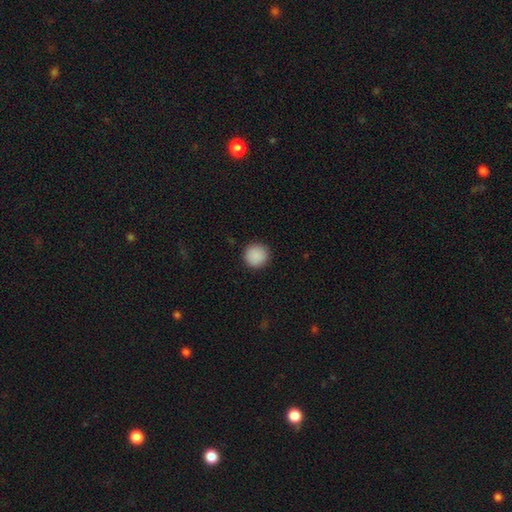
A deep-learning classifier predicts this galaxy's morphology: Smooth or featured? Predicted: smooth (p=0.90). How rounded? Predicted: round (p=0.95). Merging? Predicted: none (p=0.92).